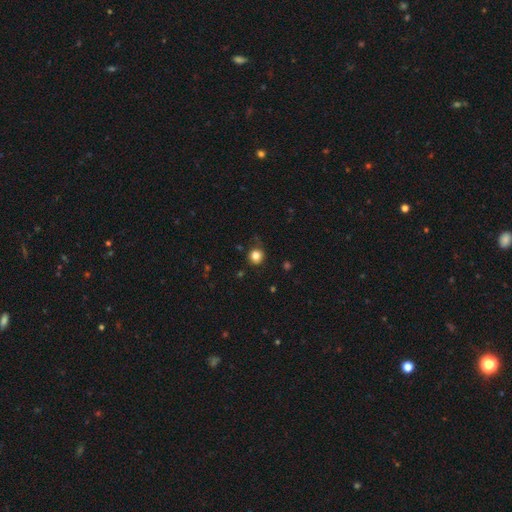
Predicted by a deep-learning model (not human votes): This appears to be a smooth galaxy with no disk features (82%) that is round (91%). Merging: none (81%).